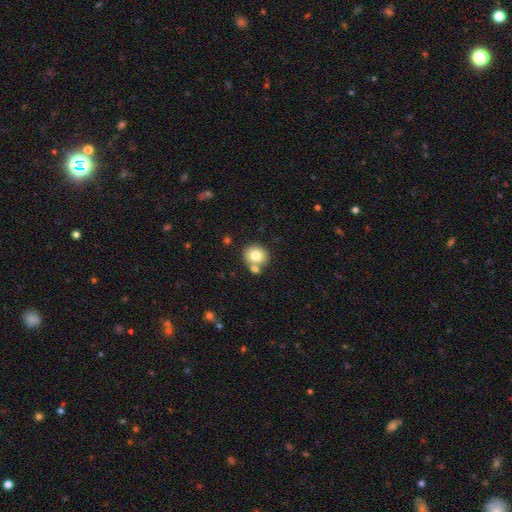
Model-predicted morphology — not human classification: A smooth galaxy with no disk features (77%) that is round (83%). Merging: none (67%).